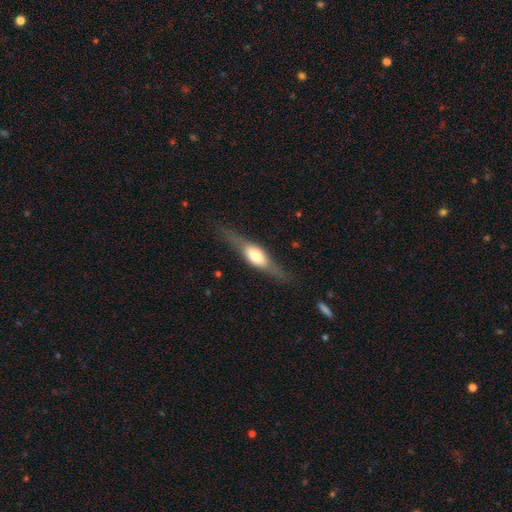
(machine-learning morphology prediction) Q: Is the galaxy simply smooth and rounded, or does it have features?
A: featured or disk — 60%.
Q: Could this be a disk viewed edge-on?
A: yes — 90%.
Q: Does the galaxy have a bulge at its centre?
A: rounded — 84%.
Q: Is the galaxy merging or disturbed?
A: none — 79%.